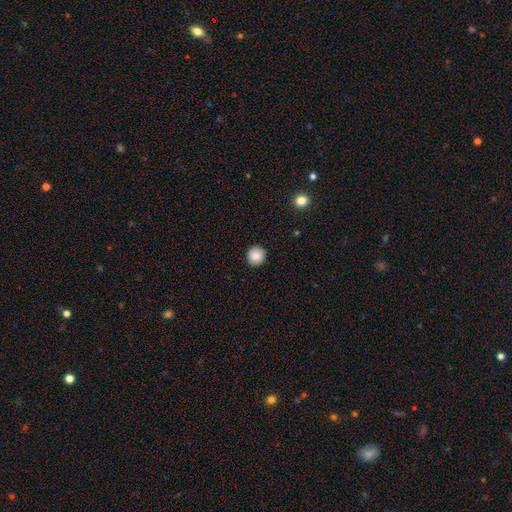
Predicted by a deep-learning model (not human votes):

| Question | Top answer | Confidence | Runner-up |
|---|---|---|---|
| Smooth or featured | smooth | 87% | star or artifact (9%) |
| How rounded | round | 94% | in between (5%) |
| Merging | none | 91% | minor disturbance (6%) |